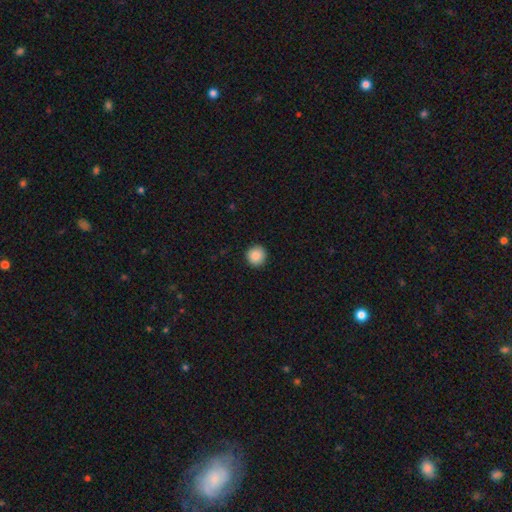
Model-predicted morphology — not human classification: This is clearly a smooth galaxy (89%). How rounded: clearly round (95%). Merging: clearly none (92%).